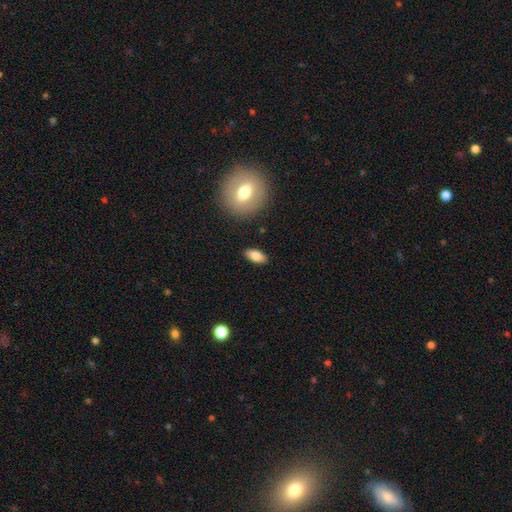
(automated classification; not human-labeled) Smooth or featured?
  - smooth: 84% *
  - featured or disk: 9%
  - star or artifact: 7%
How rounded?
  - in between: 88% *
  - cigar-shaped: 8%
  - round: 4%
Merging?
  - none: 87% *
  - minor disturbance: 9%
  - major disturbance: 2%
  - merger: 2%